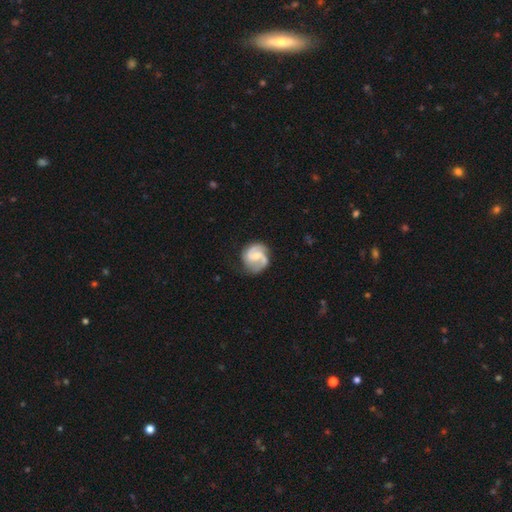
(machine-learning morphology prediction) The model was most divided on "bar": weak: 47%, no: 41%, strong: 12%. Remaining: edge-on disk — no (98%); spiral arms — yes (96%); smooth or featured — featured or disk (80%); spiral arm count — 2 (80%); merging — none (71%); spiral winding — medium (50%); bulge size — small (48%).